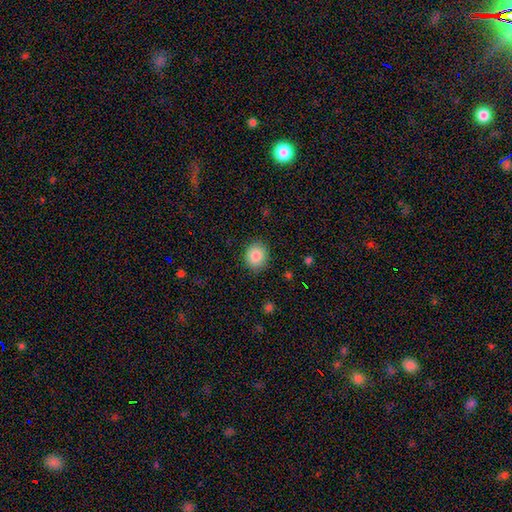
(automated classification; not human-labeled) Smooth or featured? Predicted: smooth (p=0.86). How rounded? Predicted: round (p=0.76). Merging? Predicted: none (p=0.88).